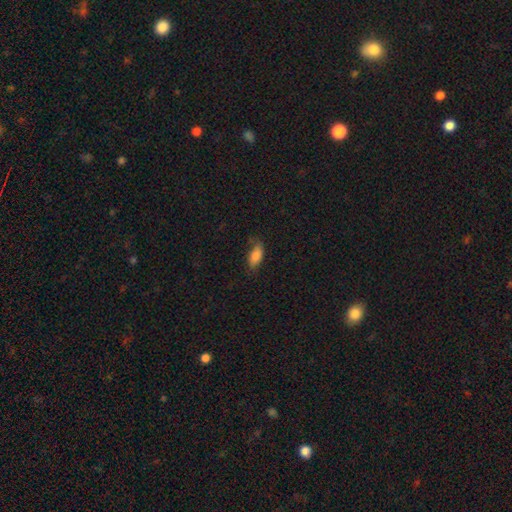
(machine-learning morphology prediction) smooth-or-featured: smooth: 82% | featured or disk: 10% | star or artifact: 8%
  how-rounded: in between: 87% | cigar-shaped: 10% | round: 3%
  merging: none: 61% | minor disturbance: 29% | major disturbance: 9% | merger: 2%